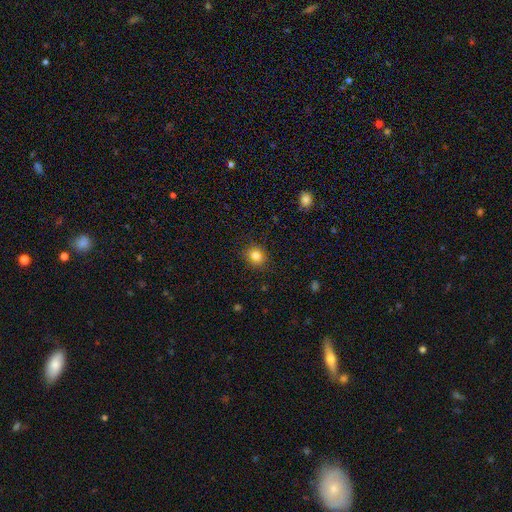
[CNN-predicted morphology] The model was most divided on "how rounded": round: 75%, in between: 24%, cigar-shaped: 1%. More confident: merging — none (87%); smooth or featured — smooth (83%).